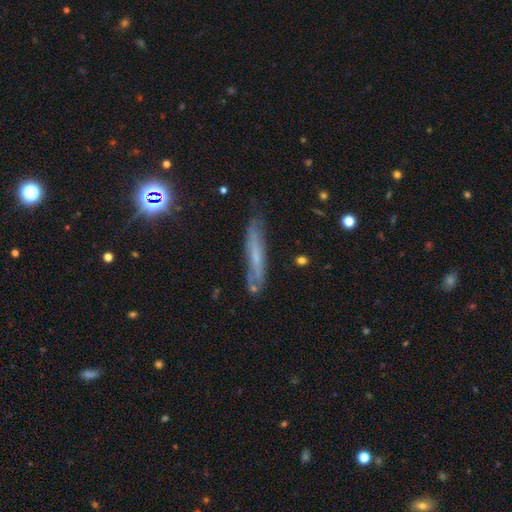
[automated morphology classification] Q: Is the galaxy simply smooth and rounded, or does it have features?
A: featured or disk — 50%.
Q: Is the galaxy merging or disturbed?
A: none — 68%.